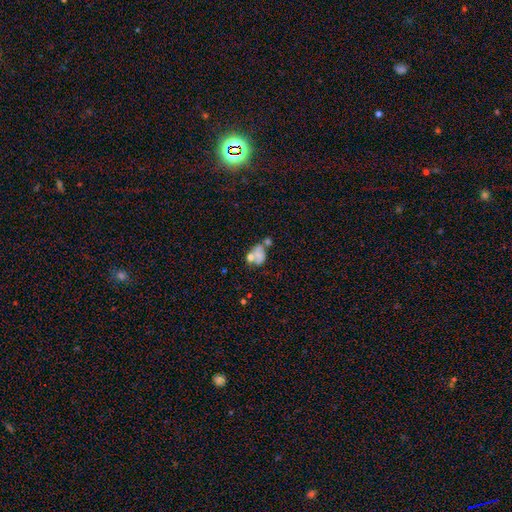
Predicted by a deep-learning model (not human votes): Smooth or featured? Predicted: smooth (p=0.57). How rounded? Predicted: in between (p=0.71). Merging? Predicted: merger (p=0.42).